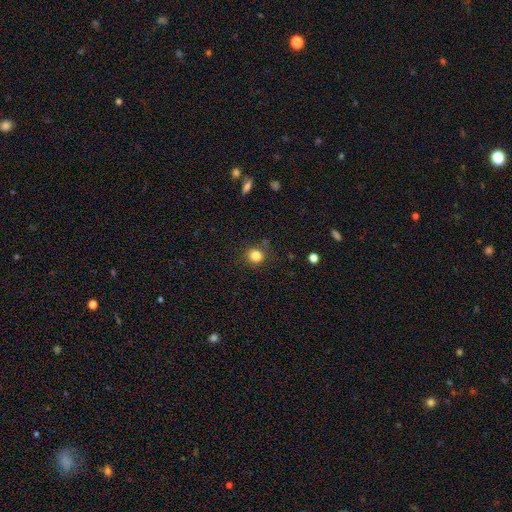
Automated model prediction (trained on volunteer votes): Smooth or featured: smooth — 83% (star or artifact — 12%)
How rounded: round — 88% (in between — 11%)
Merging: none — 83% (minor disturbance — 11%)